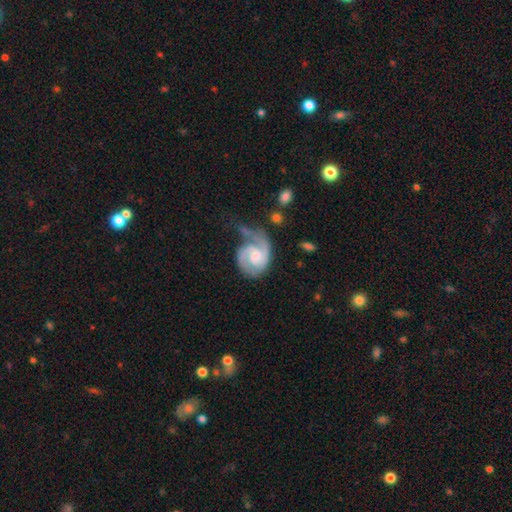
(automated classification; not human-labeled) Smooth or featured: featured or disk — 87% (smooth — 9%)
Edge-on disk: no — 98% (yes — 2%)
Bar: no — 54% (weak — 39%)
Spiral arms: yes — 97% (no — 3%)
Spiral winding: tight — 44% (medium — 43%)
Spiral arm count: 2 — 68% (1 — 18%)
Bulge size: moderate — 47% (small — 41%)
Merging: none — 40% (major disturbance — 28%)